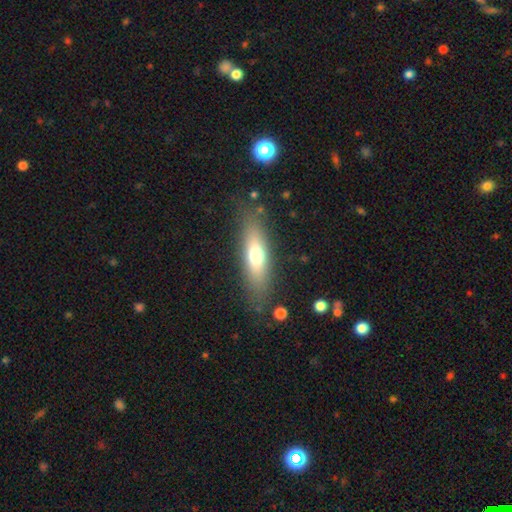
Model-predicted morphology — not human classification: Smooth or featured: smooth — 63% (featured or disk — 29%)
How rounded: cigar-shaped — 51% (in between — 46%)
Merging: none — 81% (minor disturbance — 12%)